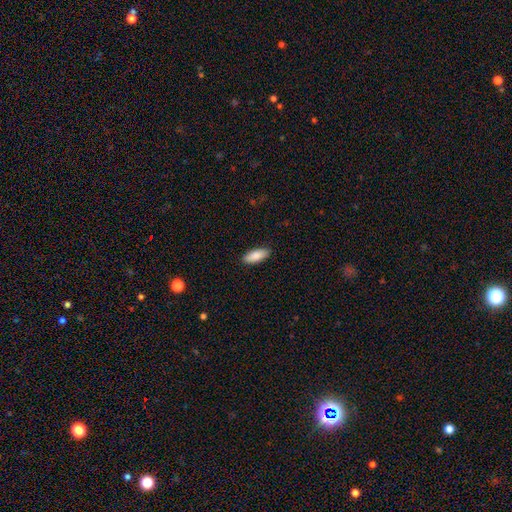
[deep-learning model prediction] This appears to be a smooth galaxy with no disk features (88%) that is in between round and cigar-shaped (77%). Merging: none (89%).